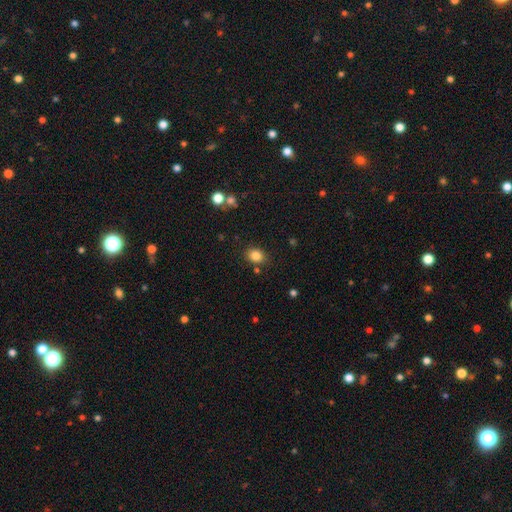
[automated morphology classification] Smooth or featured?
  - smooth: 83% *
  - star or artifact: 11%
  - featured or disk: 6%
How rounded?
  - round: 50% *
  - in between: 49%
  - cigar-shaped: 1%
Merging?
  - none: 82% *
  - minor disturbance: 11%
  - merger: 4%
  - major disturbance: 3%